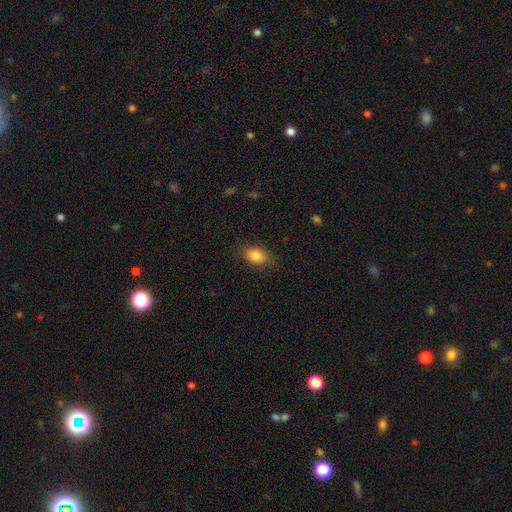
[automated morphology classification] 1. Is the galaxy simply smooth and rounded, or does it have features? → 85% smooth, 8% star or artifact, 6% featured or disk.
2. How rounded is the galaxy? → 85% in between, 13% round, 2% cigar-shaped.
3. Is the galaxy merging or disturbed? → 81% none, 14% minor disturbance, 4% major disturbance, 1% merger.